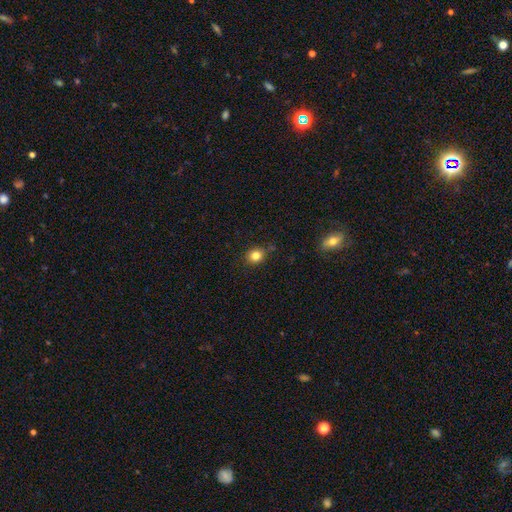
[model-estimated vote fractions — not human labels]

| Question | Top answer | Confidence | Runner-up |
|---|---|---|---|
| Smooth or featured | smooth | 82% | star or artifact (12%) |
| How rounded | round | 77% | in between (22%) |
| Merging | none | 84% | minor disturbance (11%) |